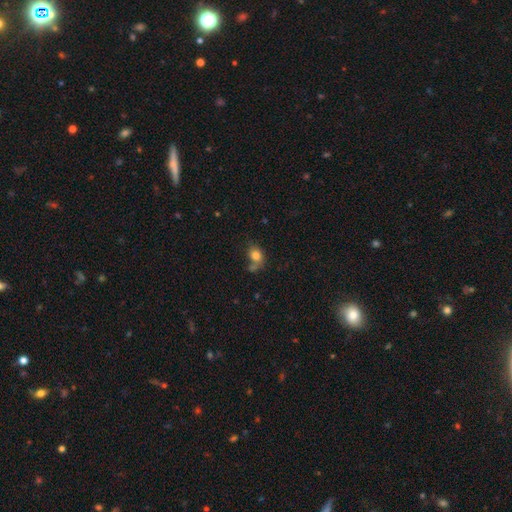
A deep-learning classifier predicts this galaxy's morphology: Smooth or featured: smooth — 80% (star or artifact — 10%)
How rounded: in between — 50% (round — 49%)
Merging: none — 46% (merger — 22%)